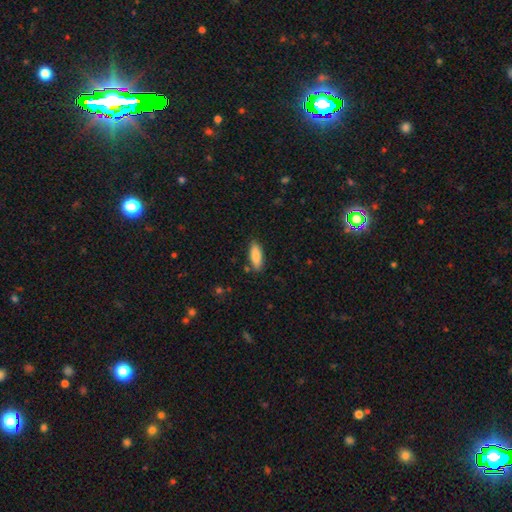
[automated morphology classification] Overall: smooth (87%). How rounded: in between (69%; cigar-shaped 30%). Merging: none (85%).